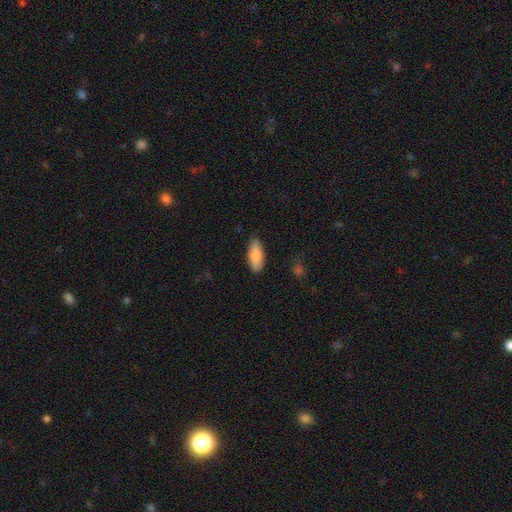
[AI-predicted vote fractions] Smooth or featured? smooth (84%)
How rounded? in between (75%)
Merging? none (79%)